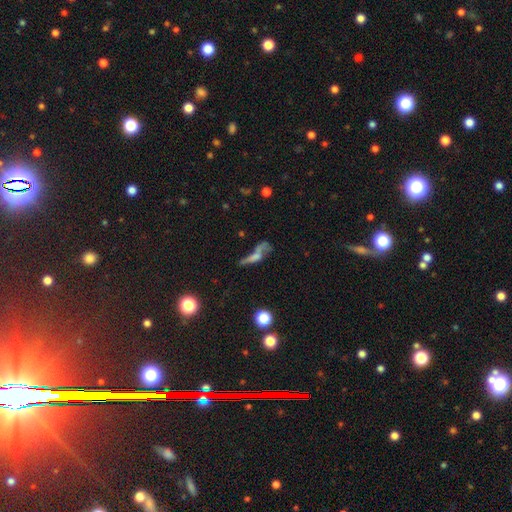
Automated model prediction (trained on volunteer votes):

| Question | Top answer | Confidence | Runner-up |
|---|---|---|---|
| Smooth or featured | smooth | 43% | featured or disk (39%) |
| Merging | major disturbance | 29% | merger (28%) |